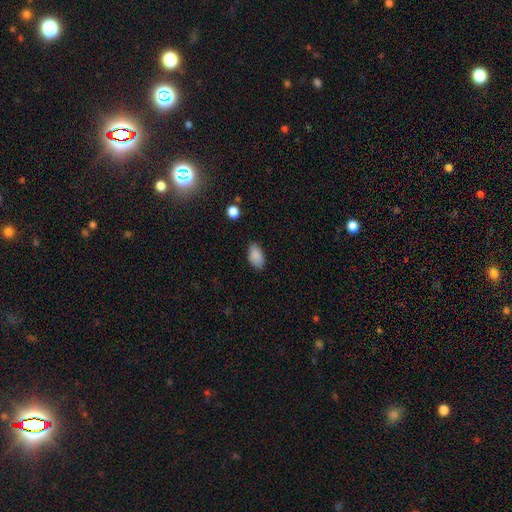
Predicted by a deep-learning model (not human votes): smooth-or-featured: smooth: 87% | star or artifact: 8% | featured or disk: 5%
  how-rounded: in between: 92% | round: 6% | cigar-shaped: 2%
  merging: none: 78% | minor disturbance: 17% | major disturbance: 3% | merger: 1%